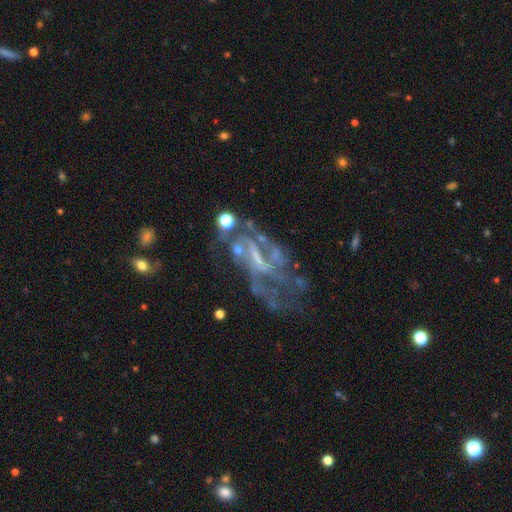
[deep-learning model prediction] This is likely a featured or disk galaxy (71%). It is clearly not viewed edge-on (94%). Bar: possibly no (47%). Spiral arm pattern: likely yes (63%). Central bulge: possibly none (48%). Merging: marginally none (44%).